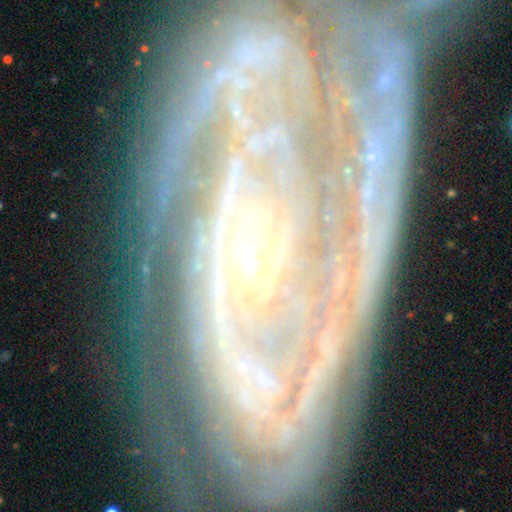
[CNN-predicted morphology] featured or disk 88%, star or artifact 6%, smooth 5%. Down the decision tree: edge-on disk — no (93%); bar — no (55%); spiral arms — yes (95%); spiral arm count — 2 (36%); spiral winding — tight (63%); bulge size — small (65%); merging — none (61%).